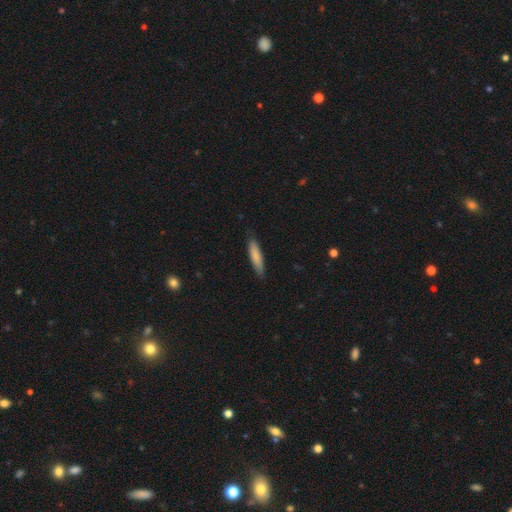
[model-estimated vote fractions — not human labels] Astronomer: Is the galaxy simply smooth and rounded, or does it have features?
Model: smooth — 82%.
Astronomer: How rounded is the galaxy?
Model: cigar-shaped — 80%.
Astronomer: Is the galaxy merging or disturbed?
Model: none — 86%.